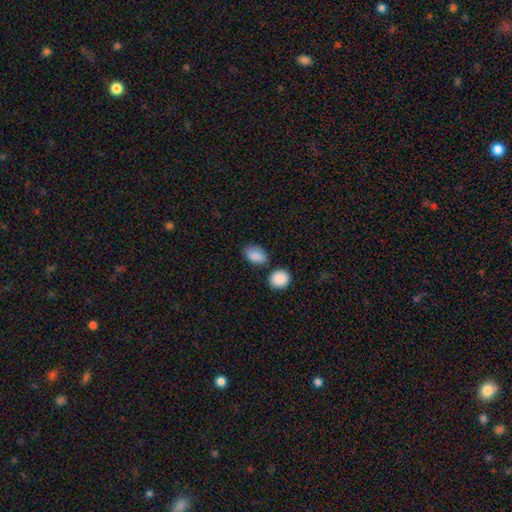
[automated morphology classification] smooth 88%, star or artifact 7%, featured or disk 4%. Down the decision tree: how rounded — in between (86%); merging — none (70%).